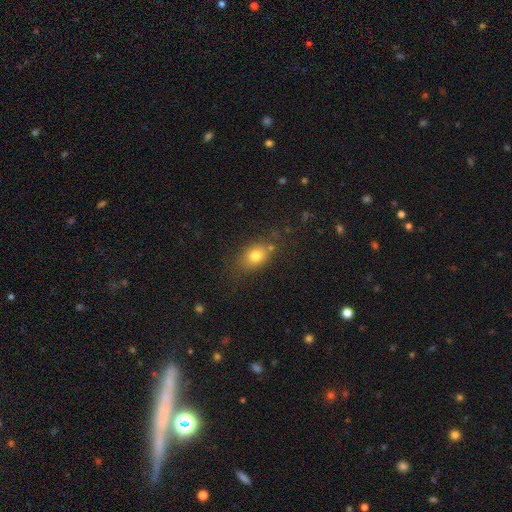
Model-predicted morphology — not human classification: This is likely a smooth galaxy (77%). How rounded: likely in between (65%). Merging: likely none (72%).